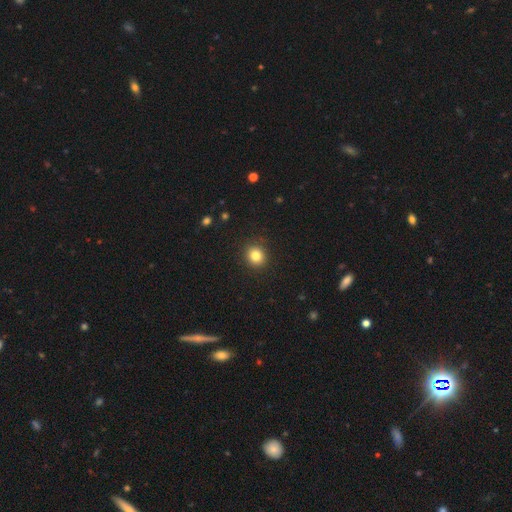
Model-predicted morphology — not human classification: The model was most divided on "how rounded": round: 84%, in between: 15%, cigar-shaped: 1%. More confident: merging — none (91%); smooth or featured — smooth (83%).